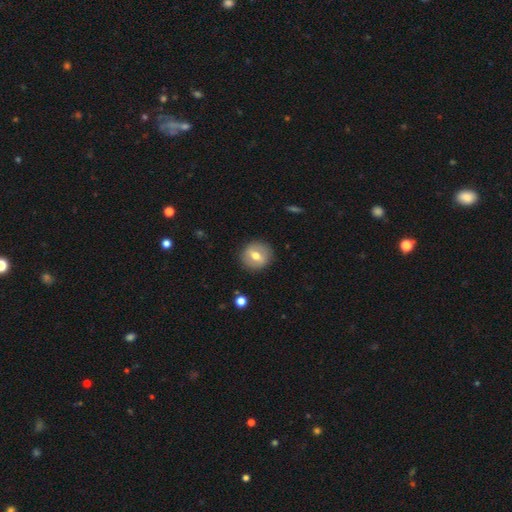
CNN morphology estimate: This appears to be a smooth galaxy with no disk features (53%) that is round (84%). Merging: none (88%).